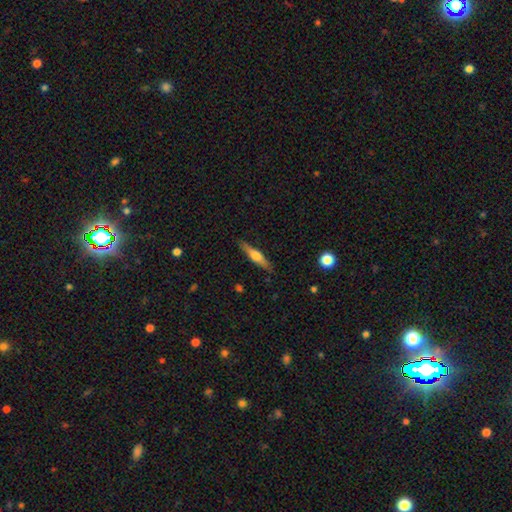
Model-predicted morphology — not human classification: smooth_or_featured: featured or disk (p=0.53) [alt: smooth p=0.41]
disk_edge_on: yes (p=0.95) [alt: no p=0.05]
merging: none (p=0.87) [alt: minor disturbance p=0.10]